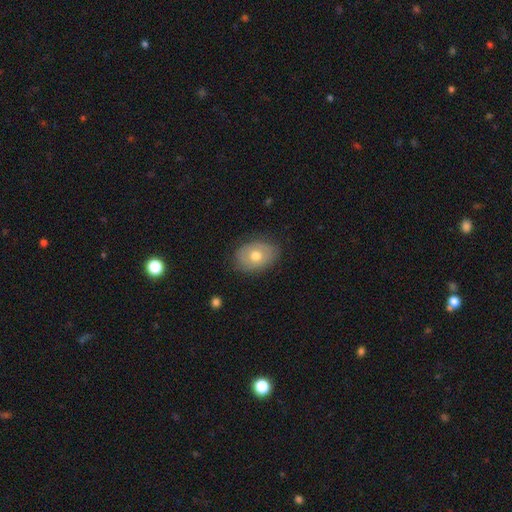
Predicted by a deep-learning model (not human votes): This appears to be a smooth galaxy with no disk features (60%) that is in between round and cigar-shaped (72%). Merging: none (81%).